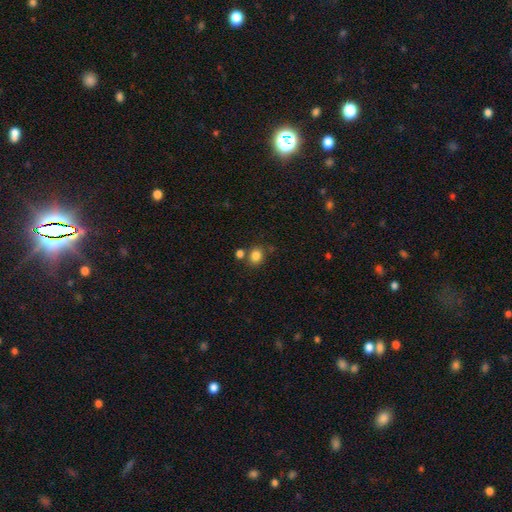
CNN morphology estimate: type=smooth (83%); roundness=round (60%); merging=none (68%).